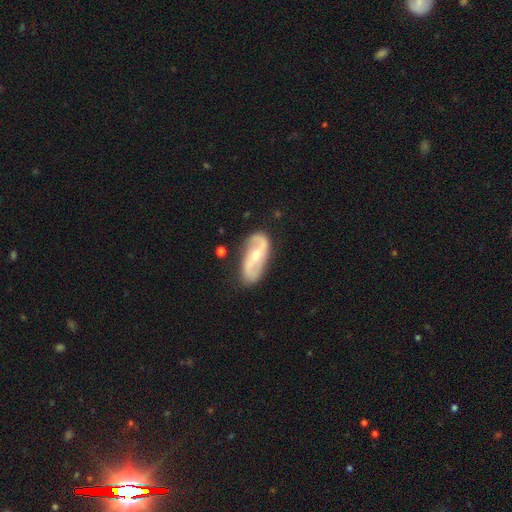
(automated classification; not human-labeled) The model was most divided on "bar": weak: 41%, no: 32%, strong: 26%. Remaining: edge-on disk — no (94%); spiral arms — yes (92%); spiral arm count — 2 (91%); smooth or featured — featured or disk (83%); merging — none (79%); bulge size — moderate (57%); spiral winding — loose (49%).